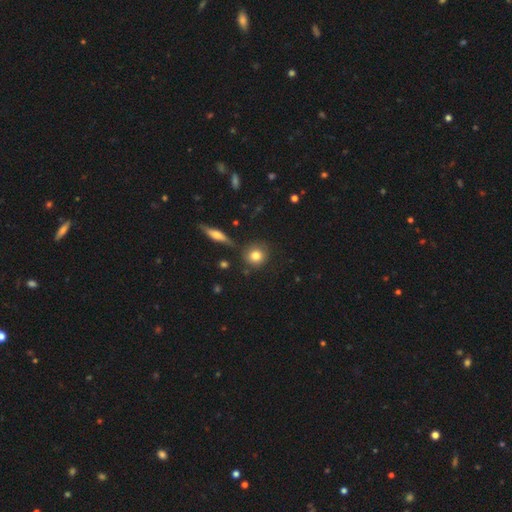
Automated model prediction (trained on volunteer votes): The model was most divided on "smooth or featured": smooth: 79%, featured or disk: 11%, star or artifact: 10%. More confident: how rounded — round (87%); merging — none (80%).